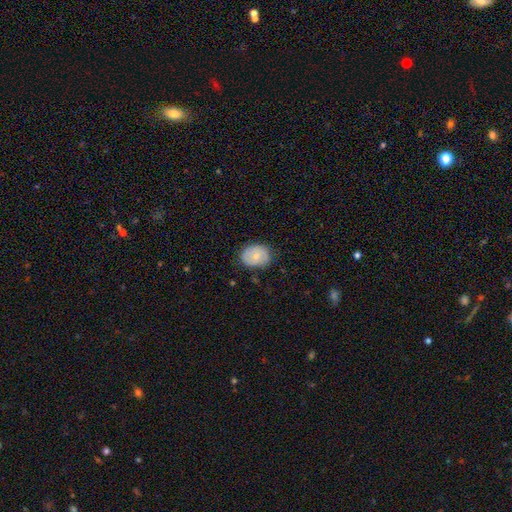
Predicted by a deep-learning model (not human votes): smooth-or-featured: smooth: 67% | featured or disk: 26% | star or artifact: 7%
  how-rounded: in between: 55% | round: 44% | cigar-shaped: 1%
  merging: none: 75% | minor disturbance: 19% | major disturbance: 4% | merger: 1%